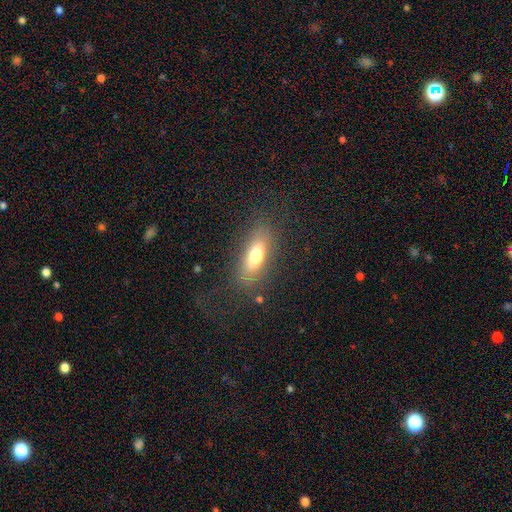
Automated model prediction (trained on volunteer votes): smooth_or_featured: smooth (p=0.67) [alt: featured or disk p=0.24]
how_rounded: in between (p=0.67) [alt: cigar-shaped p=0.29]
merging: none (p=0.78) [alt: minor disturbance p=0.13]